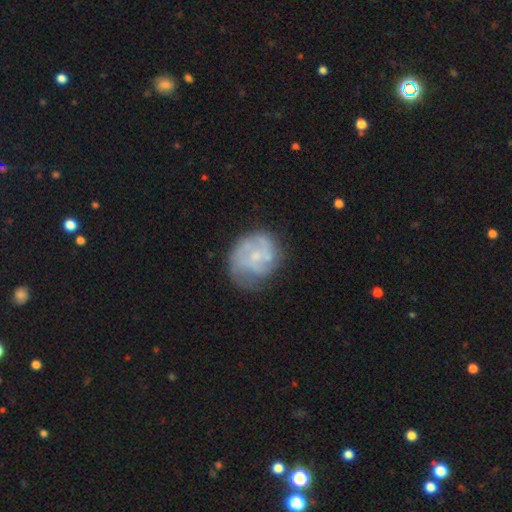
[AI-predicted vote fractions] This is likely a featured or disk galaxy (67%). It is clearly not viewed edge-on (98%). Bar: likely no (72%). Spiral arm pattern: likely yes (78%). Spiral arm count: marginally can't tell (38%). Spiral winding: possibly tight (45%). Central bulge: likely small (61%). Merging: possibly none (59%).